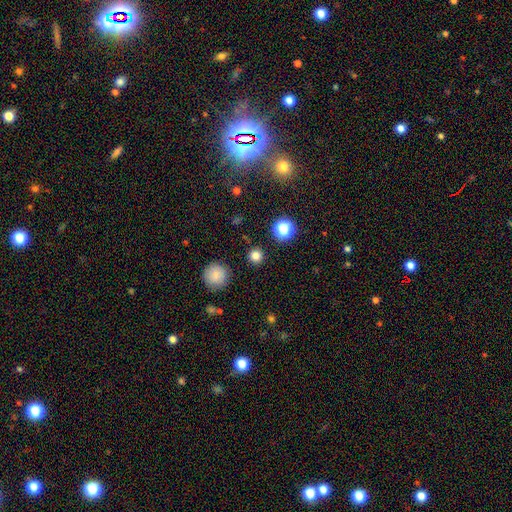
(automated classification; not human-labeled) smooth 80%, star or artifact 16%, featured or disk 5%. Down the decision tree: how rounded — round (94%); merging — none (89%).